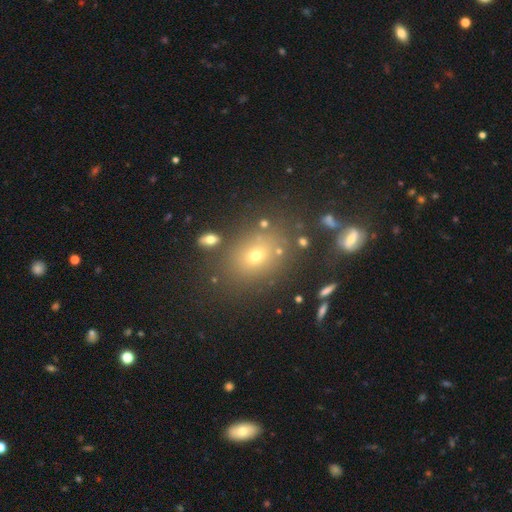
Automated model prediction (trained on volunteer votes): A smooth galaxy with no disk features (65%) that is in between round and cigar-shaped (52%). Merging: none (77%).